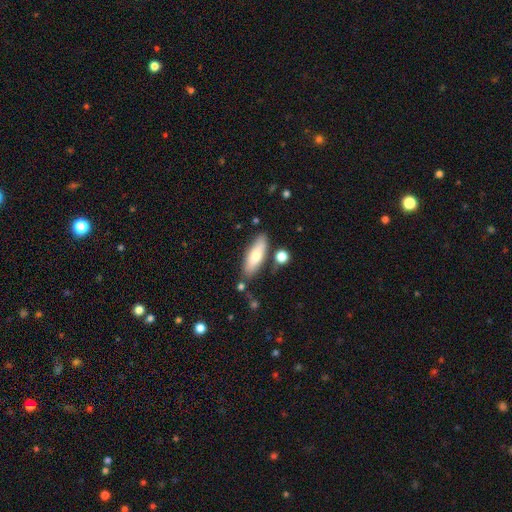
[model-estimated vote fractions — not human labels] Smooth or featured?
  - smooth: 70% *
  - featured or disk: 24%
  - star or artifact: 6%
How rounded?
  - in between: 59% *
  - cigar-shaped: 39%
  - round: 2%
Merging?
  - none: 77% *
  - minor disturbance: 13%
  - merger: 6%
  - major disturbance: 3%